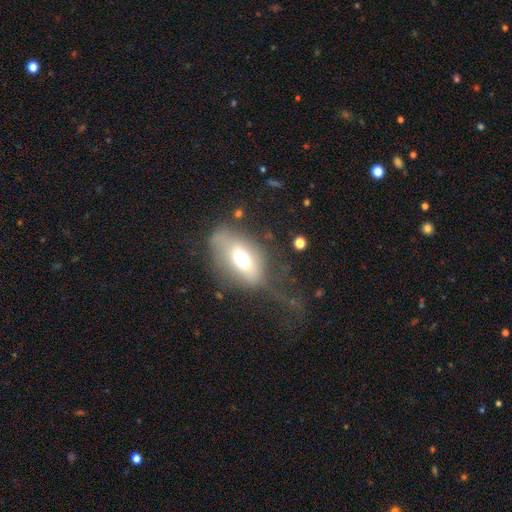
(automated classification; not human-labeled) This appears to be a smooth galaxy with no disk features (54%) that is in between round and cigar-shaped (86%). Merging: major disturbance (38%).